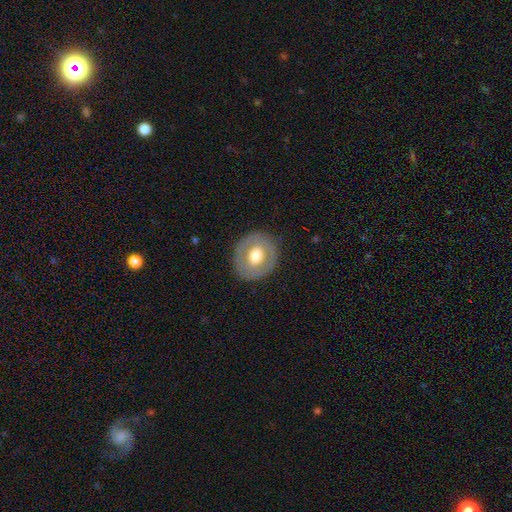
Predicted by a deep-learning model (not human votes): Smooth or featured? Predicted: smooth (p=0.49). Merging? Predicted: none (p=0.84).